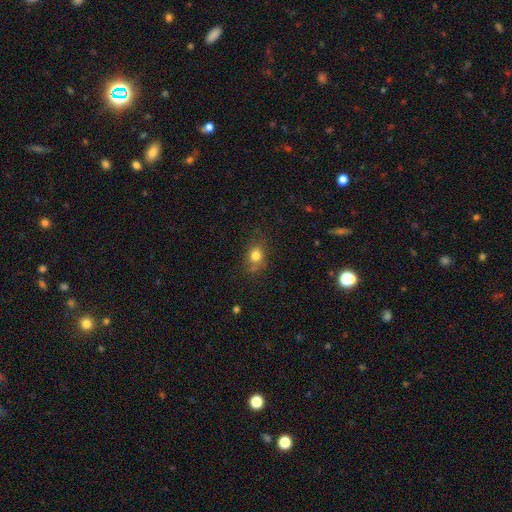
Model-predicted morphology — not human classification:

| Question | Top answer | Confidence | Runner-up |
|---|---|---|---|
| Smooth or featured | smooth | 78% | star or artifact (12%) |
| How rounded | round | 50% | in between (48%) |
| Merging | none | 70% | minor disturbance (21%) |